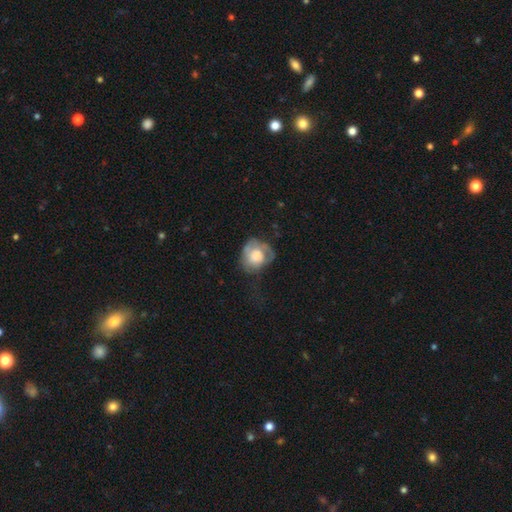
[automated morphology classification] The model was most divided on "merging": none: 37%, major disturbance: 31%, minor disturbance: 30%, merger: 3%. More confident: how rounded — round (69%); smooth or featured — smooth (55%).